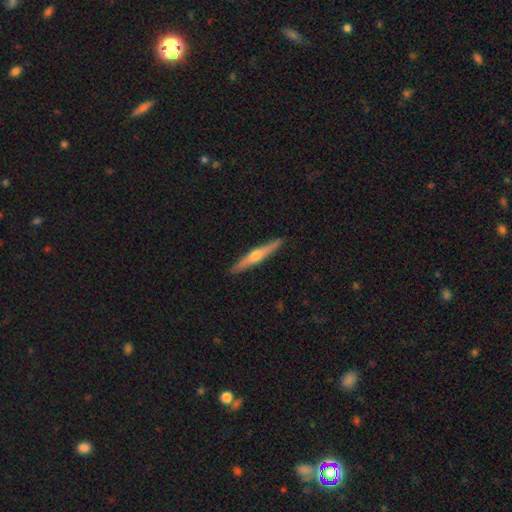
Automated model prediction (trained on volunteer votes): Overall: featured or disk (64%; smooth 30%). Edge-on disk: yes (97%). Edge-on bulge: rounded (90%). Merging: none (91%).